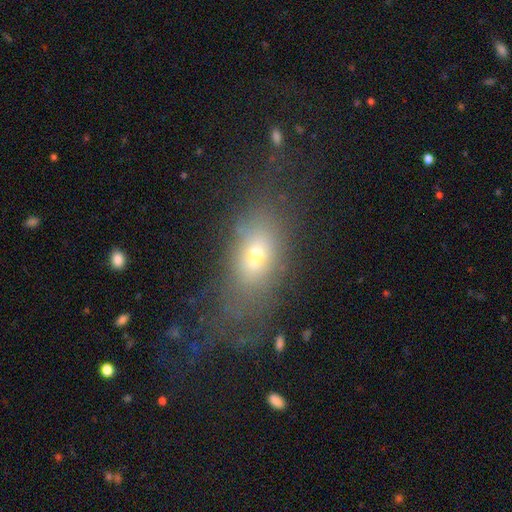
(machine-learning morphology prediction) Q: Smooth or featured?
A: smooth (61%); runner-up: featured or disk (23%)
Q: How rounded?
A: in between (77%); runner-up: round (14%)
Q: Merging?
A: none (49%); runner-up: major disturbance (28%)